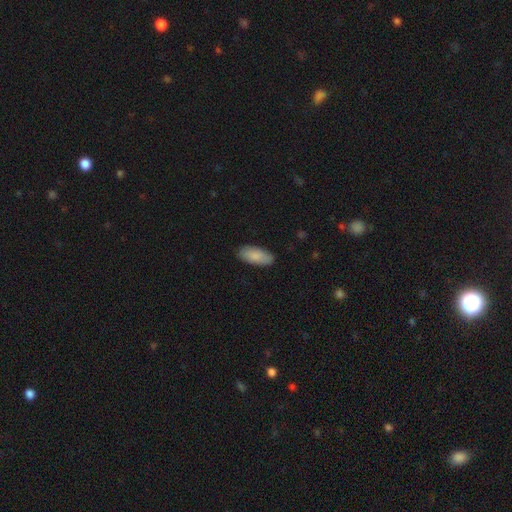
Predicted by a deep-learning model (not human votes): Overall: smooth (88%). How rounded: in between (90%). Merging: none (86%).